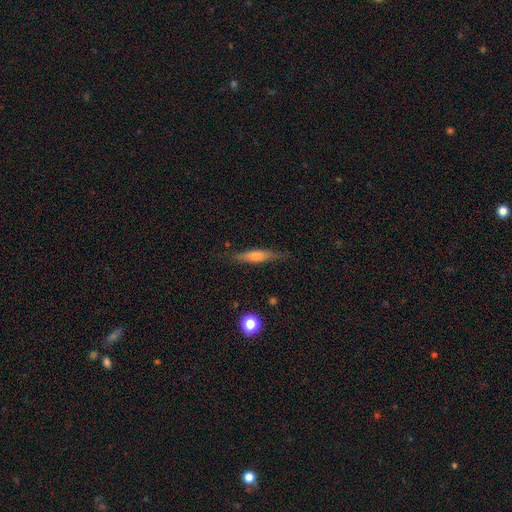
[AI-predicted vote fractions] smooth_or_featured: featured or disk (p=0.48) [alt: smooth p=0.44]
merging: none (p=0.84) [alt: minor disturbance p=0.12]